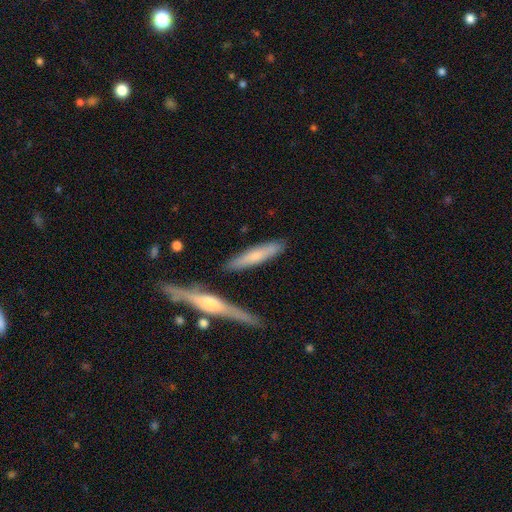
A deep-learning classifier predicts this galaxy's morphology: The model was most divided on "smooth or featured": smooth: 58%, featured or disk: 37%, star or artifact: 6%. More confident: how rounded — cigar-shaped (85%); merging — none (79%).